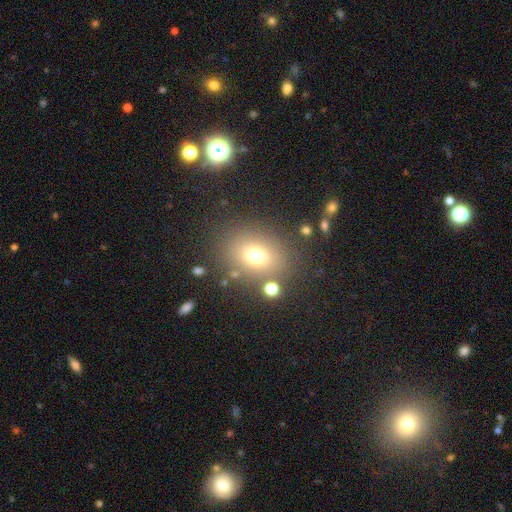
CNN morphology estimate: Smooth or featured? Predicted: smooth (p=0.70). How rounded? Predicted: round (p=0.57). Merging? Predicted: none (p=0.78).